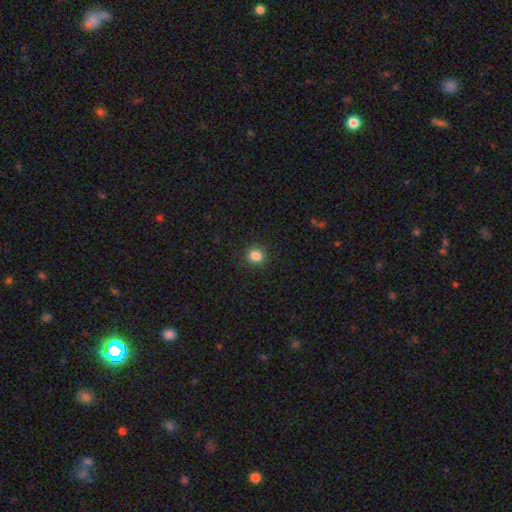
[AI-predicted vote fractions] This is clearly a smooth galaxy (84%). How rounded: clearly round (89%). Merging: clearly none (91%).